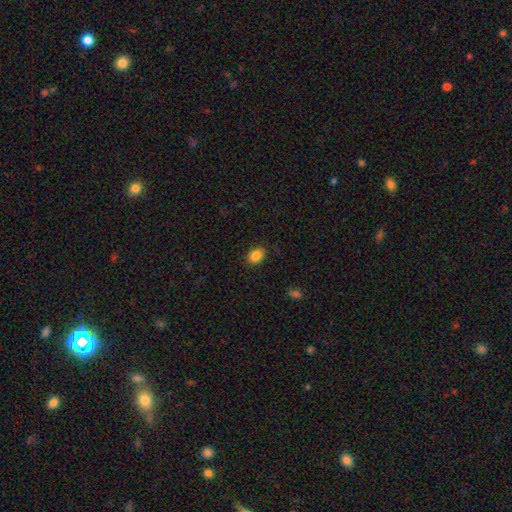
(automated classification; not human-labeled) Q: Smooth or featured?
A: smooth (87%); runner-up: star or artifact (9%)
Q: How rounded?
A: in between (76%); runner-up: round (23%)
Q: Merging?
A: none (88%); runner-up: minor disturbance (9%)